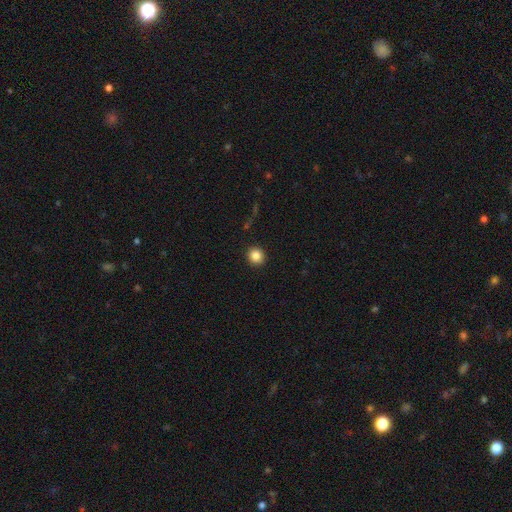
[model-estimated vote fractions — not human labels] A smooth galaxy with no disk features (85%) that is round (94%).

Vote fractions:
- Smooth or featured? smooth: 85% / star or artifact: 10% / featured or disk: 5%
- How rounded? round: 94% / in between: 5% / cigar-shaped: 1%
- Merging? none: 92% / minor disturbance: 5% / major disturbance: 2% / merger: 1%